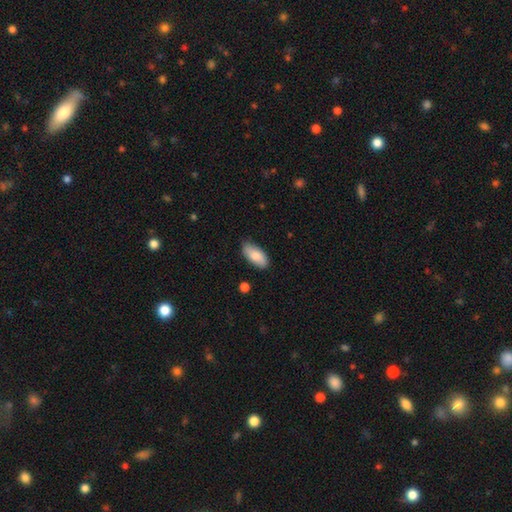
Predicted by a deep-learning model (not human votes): smooth_or_featured: smooth (p=0.83) [alt: featured or disk p=0.11]
how_rounded: in between (p=0.91) [alt: cigar-shaped p=0.07]
merging: none (p=0.82) [alt: minor disturbance p=0.14]